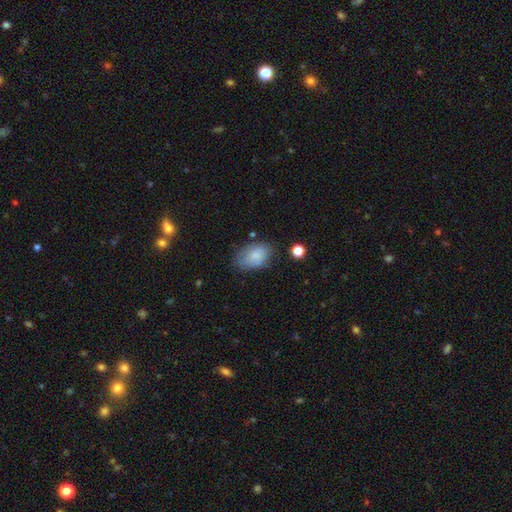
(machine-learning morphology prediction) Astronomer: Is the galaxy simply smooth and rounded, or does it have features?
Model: smooth — 80%.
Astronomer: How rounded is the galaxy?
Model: in between — 90%.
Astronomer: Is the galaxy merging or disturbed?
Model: none — 64%.